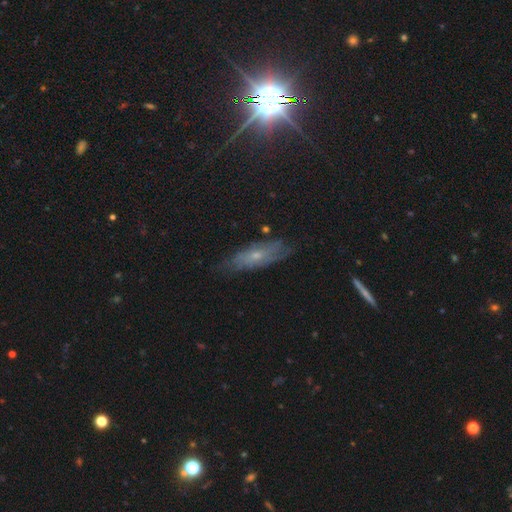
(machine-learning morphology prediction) smooth_or_featured: featured or disk (p=0.53) [alt: smooth p=0.36]
disk_edge_on: no (p=0.64) [alt: yes p=0.36]
merging: none (p=0.71) [alt: minor disturbance p=0.22]